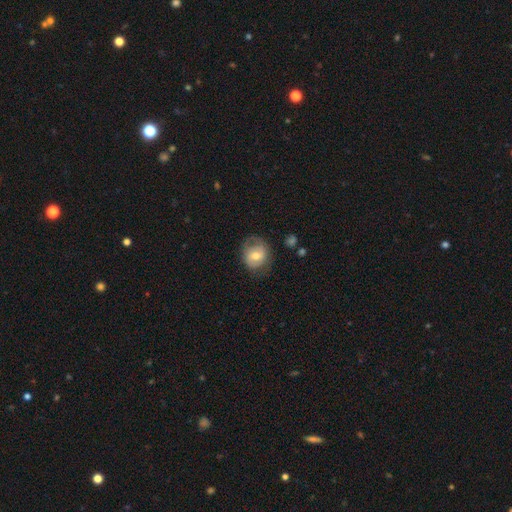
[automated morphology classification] This is possibly a smooth galaxy (53%). How rounded: likely round (66%). Merging: likely none (62%).